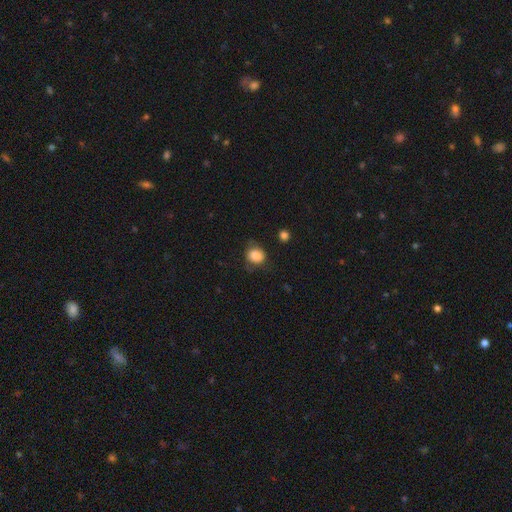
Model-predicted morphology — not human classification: A smooth galaxy with no disk features (84%) that is round (60%).

Vote fractions:
- Smooth or featured? smooth: 84% / star or artifact: 8% / featured or disk: 8%
- How rounded? round: 60% / in between: 39% / cigar-shaped: 1%
- Merging? none: 64% / minor disturbance: 25% / major disturbance: 9% / merger: 2%